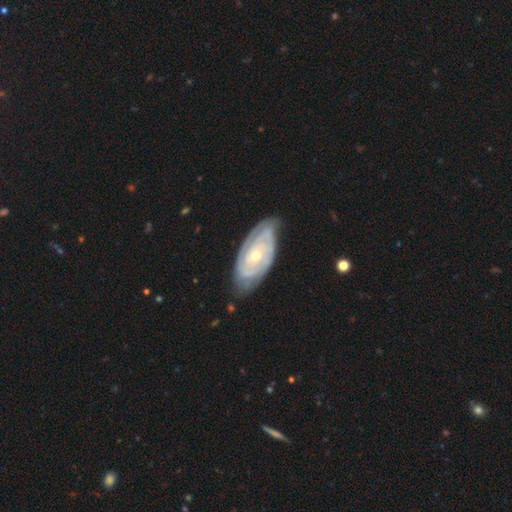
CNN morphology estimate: Smooth or featured? Predicted: featured or disk (p=0.86). Edge-on disk? Predicted: no (p=0.94). Bar? Predicted: no (p=0.74). Spiral arms? Predicted: yes (p=0.95). Spiral winding? Predicted: tight (p=0.79). Spiral arm count? Predicted: 2 (p=0.33). Bulge size? Predicted: small (p=0.57). Merging? Predicted: none (p=0.75).